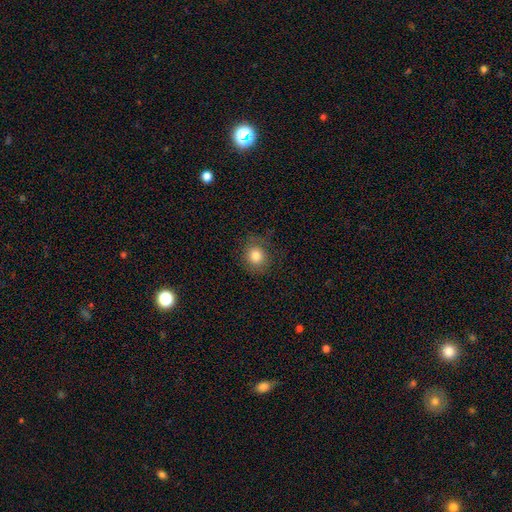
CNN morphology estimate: Overall: smooth (82%). How rounded: round (80%). Merging: none (77%).